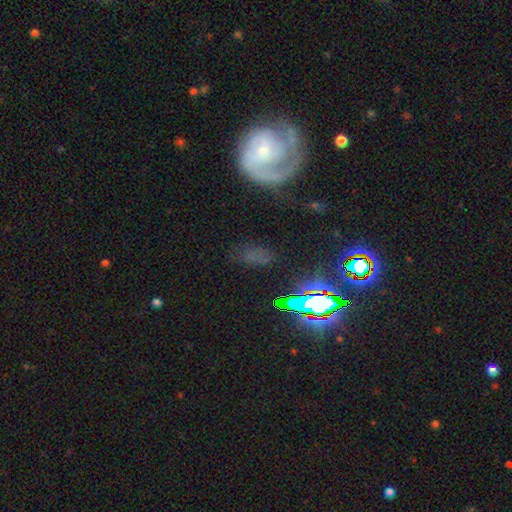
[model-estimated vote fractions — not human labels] Smooth or featured? featured or disk (44%)
Merging? none (63%)